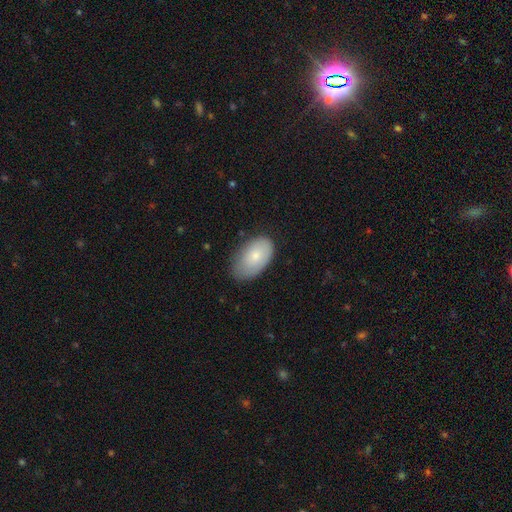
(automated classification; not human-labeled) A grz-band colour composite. It shows a smooth galaxy with no disk features (76%) that is in between round and cigar-shaped (93%). Merging: none (68%).